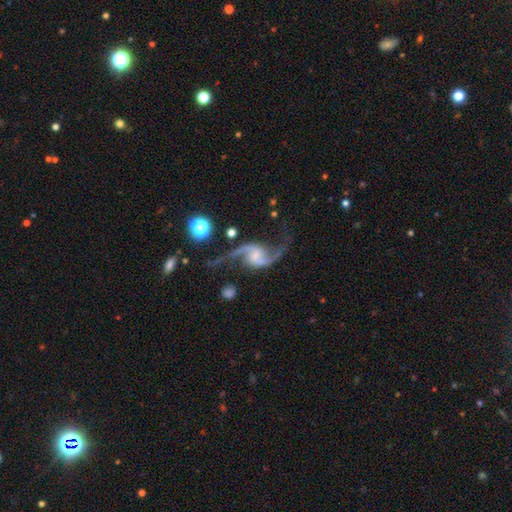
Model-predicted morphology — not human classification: Smooth or featured? Predicted: featured or disk (p=0.91). Edge-on disk? Predicted: no (p=0.98). Bar? Predicted: weak (p=0.44). Spiral arms? Predicted: yes (p=0.98). Spiral winding? Predicted: loose (p=0.80). Spiral arm count? Predicted: 2 (p=0.95). Bulge size? Predicted: none (p=0.33). Merging? Predicted: none (p=0.70).